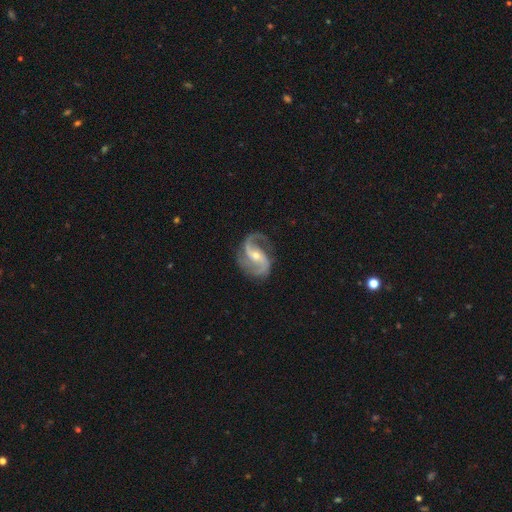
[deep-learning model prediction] Smooth or featured? Predicted: featured or disk (p=0.92). Edge-on disk? Predicted: no (p=0.98). Bar? Predicted: weak (p=0.41). Spiral arms? Predicted: yes (p=0.98). Spiral winding? Predicted: medium (p=0.52). Spiral arm count? Predicted: 2 (p=0.86). Bulge size? Predicted: small (p=0.52). Merging? Predicted: none (p=0.75).